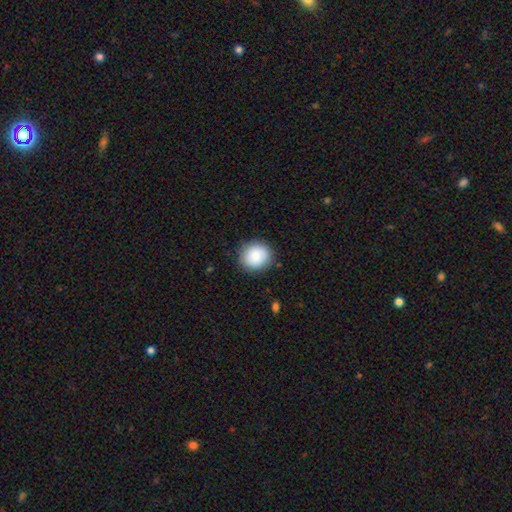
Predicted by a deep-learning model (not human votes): The model was most divided on "how rounded": round: 87%, in between: 12%, cigar-shaped: 1%. More confident: merging — none (88%); smooth or featured — smooth (85%).